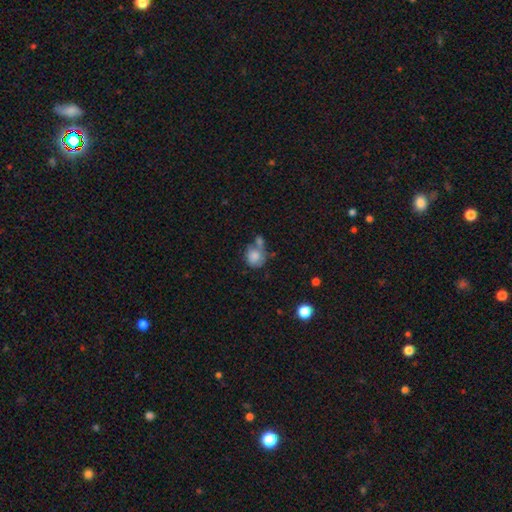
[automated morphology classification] Smooth or featured? smooth (81%)
How rounded? round (78%)
Merging? none (41%)